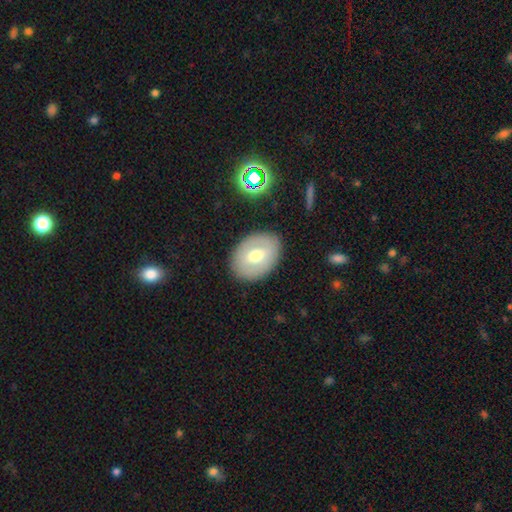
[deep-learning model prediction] The model was most divided on "smooth or featured": smooth: 54%, featured or disk: 38%, star or artifact: 8%. More confident: merging — none (87%); how rounded — in between (72%).